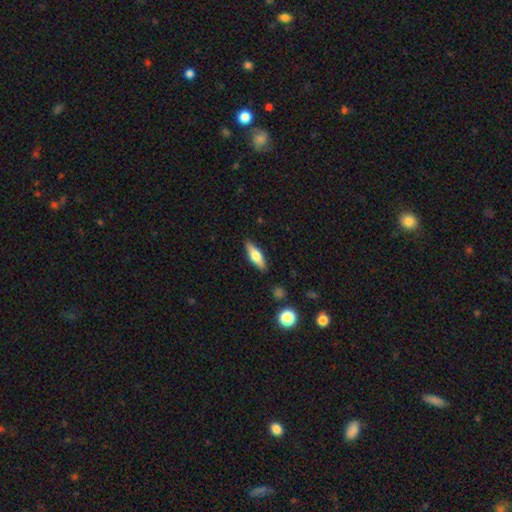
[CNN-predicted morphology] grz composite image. It shows a smooth galaxy with no disk features (51%) that is cigar-shaped (50%). Merging: none (87%).